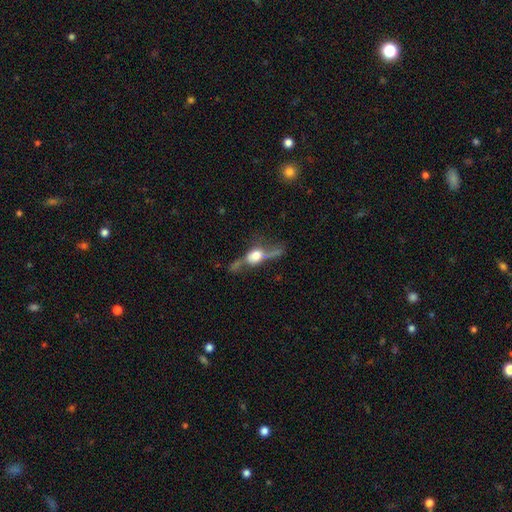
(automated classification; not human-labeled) Smooth or featured: featured or disk — 65% (smooth — 26%)
Edge-on disk: yes — 64% (no — 36%)
Merging: none — 45% (major disturbance — 28%)